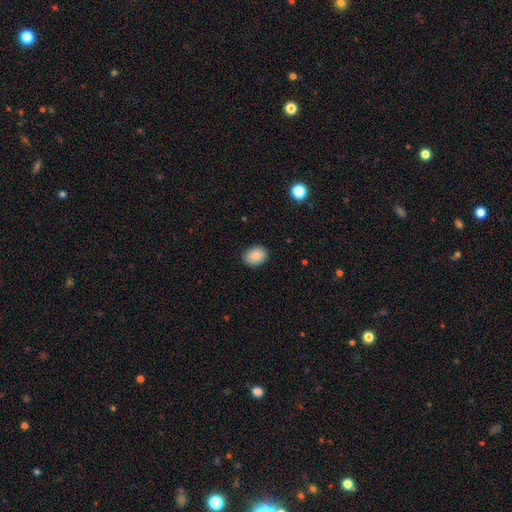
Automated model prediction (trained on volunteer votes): Smooth or featured: smooth — 88% (star or artifact — 8%)
How rounded: in between — 64% (round — 35%)
Merging: none — 88% (minor disturbance — 9%)